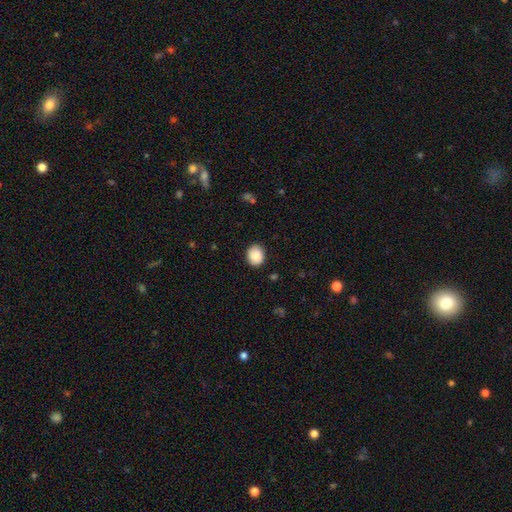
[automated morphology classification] This appears to be a smooth galaxy with no disk features (89%) that is round (57%). Merging: none (88%).